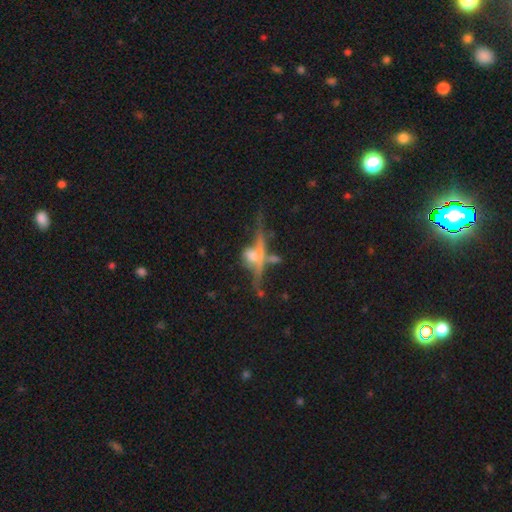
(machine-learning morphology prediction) This appears to be a featured or disk galaxy (60%) viewed edge-on (69%). Merging: none (41%).